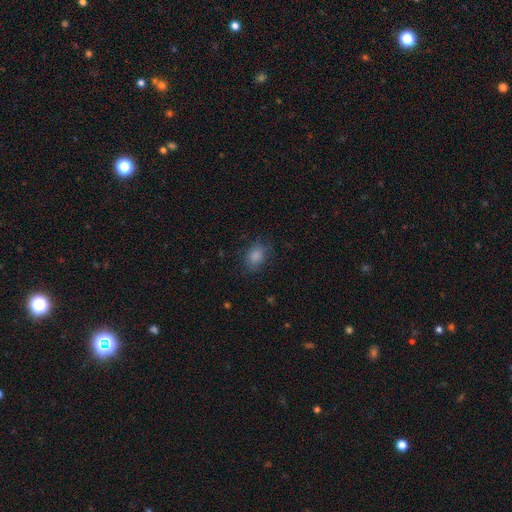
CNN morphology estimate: smooth 84%, star or artifact 10%, featured or disk 6%. Down the decision tree: how rounded — in between (59%); merging — none (75%).